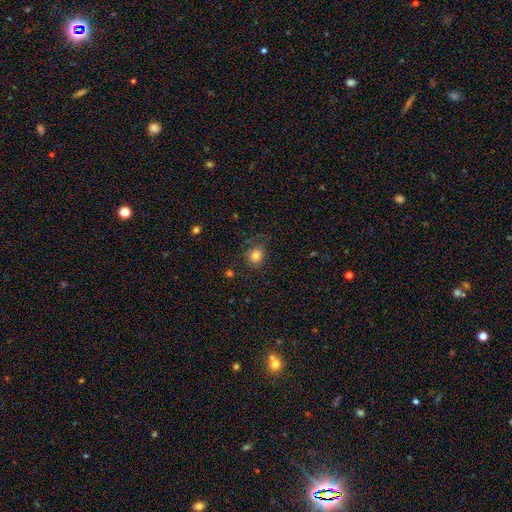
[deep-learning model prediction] Smooth or featured? smooth (79%)
How rounded? round (66%)
Merging? none (69%)